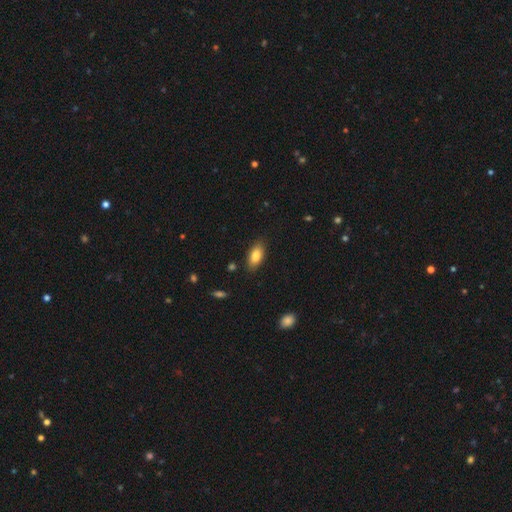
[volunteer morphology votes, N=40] A smooth galaxy with no disk features (75%) that is in between round and cigar-shaped (87%). Merging: none (74%).